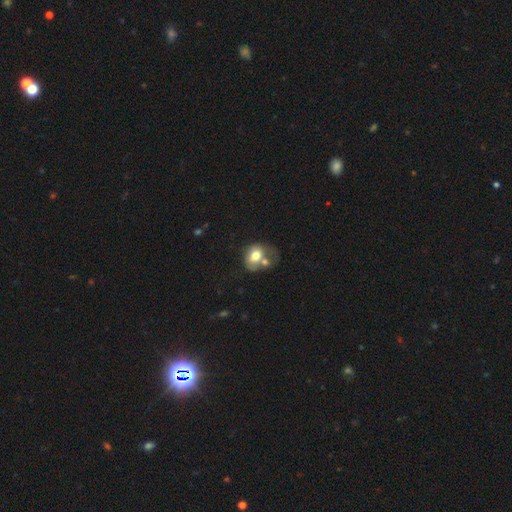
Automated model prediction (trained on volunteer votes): Smooth or featured? smooth (66%)
How rounded? in between (56%)
Merging? merger (53%)